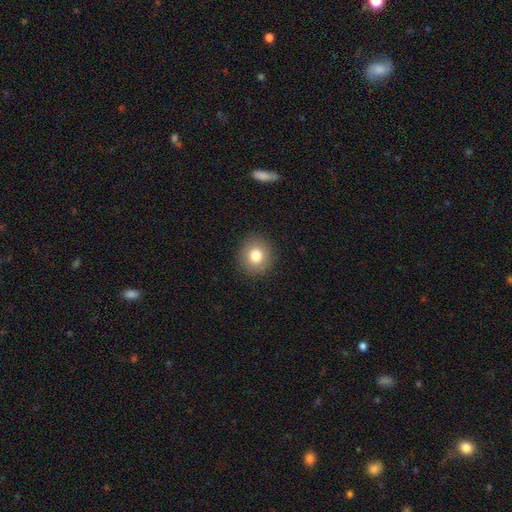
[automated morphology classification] smooth-or-featured: smooth: 80% | star or artifact: 10% | featured or disk: 10%
  how-rounded: round: 87% | in between: 12% | cigar-shaped: 1%
  merging: none: 90% | minor disturbance: 6% | major disturbance: 2% | merger: 1%